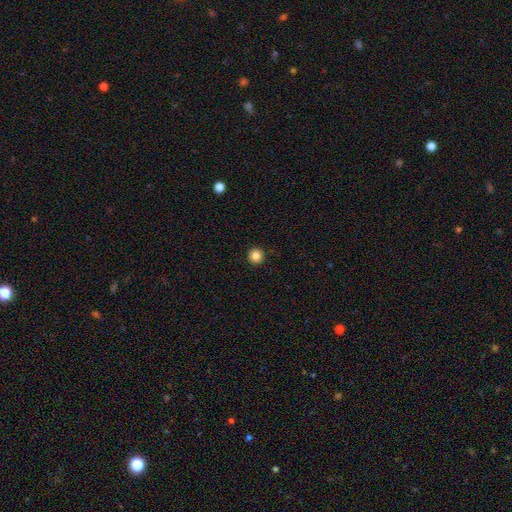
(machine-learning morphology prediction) The model was most divided on "smooth or featured": smooth: 85%, star or artifact: 11%, featured or disk: 4%. More confident: how rounded — round (95%); merging — none (93%).